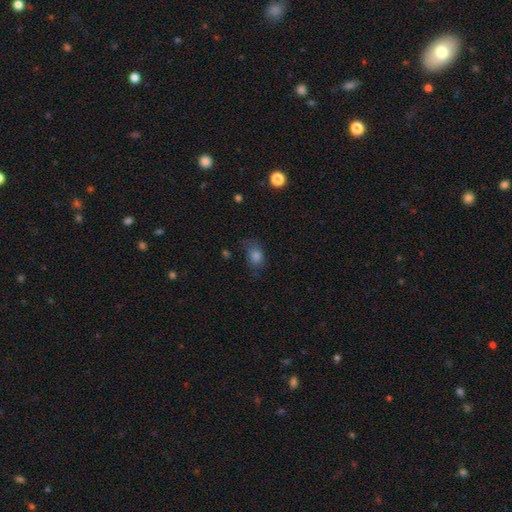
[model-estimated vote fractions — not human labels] Morphology: type=smooth (74%); roundness=in between (65%); merging=none (56%).